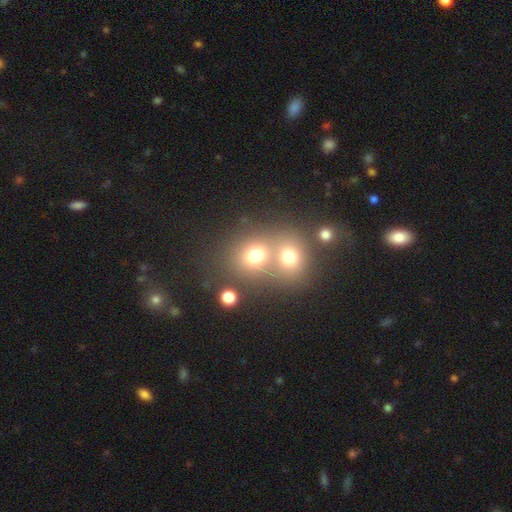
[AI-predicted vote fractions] Morphology: type=smooth (72%); roundness=round (75%); merging=merger (53%).